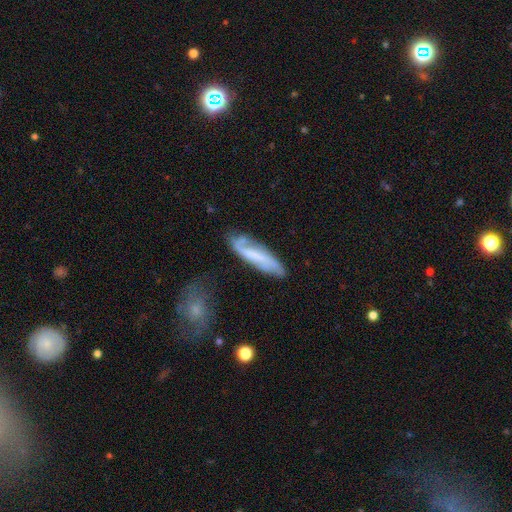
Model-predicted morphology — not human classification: This appears to be a featured or disk galaxy (59%). Merging: none (66%).